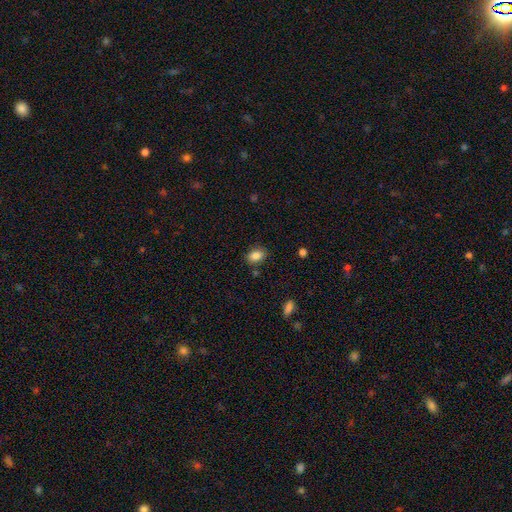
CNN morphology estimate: smooth-or-featured: smooth: 86% | star or artifact: 9% | featured or disk: 5%
  how-rounded: in between: 81% | round: 18% | cigar-shaped: 1%
  merging: none: 81% | minor disturbance: 13% | major disturbance: 3% | merger: 3%